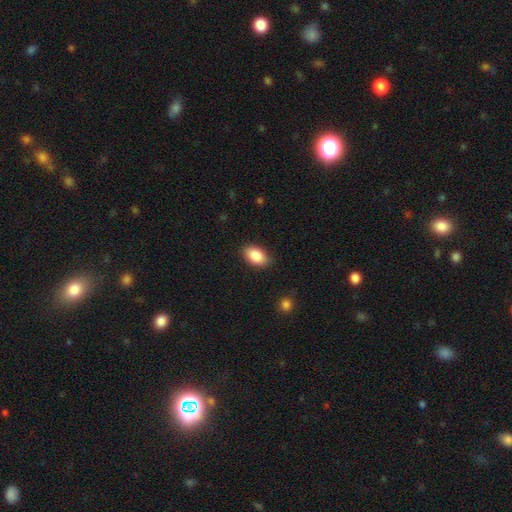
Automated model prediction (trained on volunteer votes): Morphology: type=smooth (88%); roundness=in between (91%); merging=none (86%).